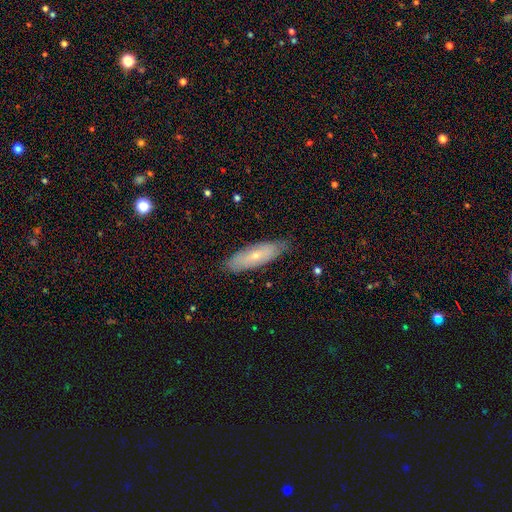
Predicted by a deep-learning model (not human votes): Smooth or featured? smooth (49%)
Merging? none (80%)